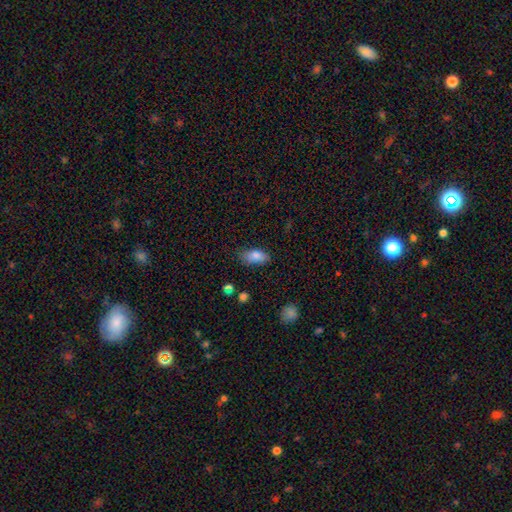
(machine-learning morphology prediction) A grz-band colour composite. It shows a smooth galaxy with no disk features (83%) that is in between round and cigar-shaped (89%). Merging: none (76%).